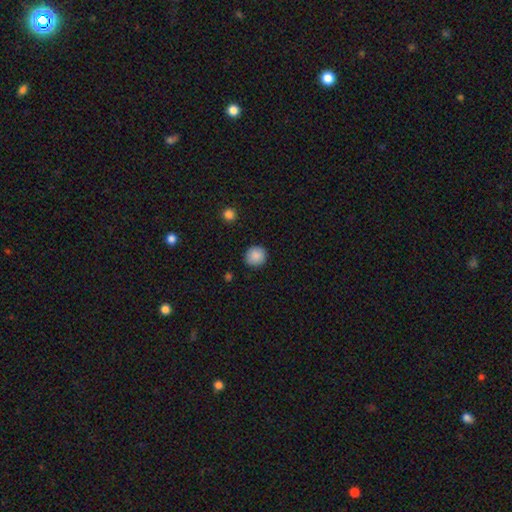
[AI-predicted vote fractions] Smooth or featured: smooth — 88% (star or artifact — 8%)
How rounded: round — 93% (in between — 6%)
Merging: none — 91% (minor disturbance — 6%)